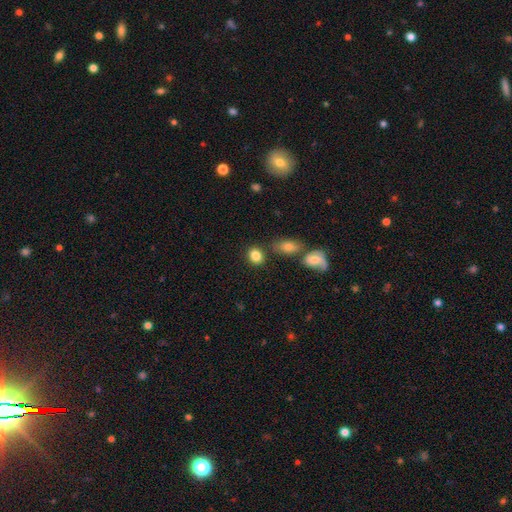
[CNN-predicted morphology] smooth 85%, star or artifact 9%, featured or disk 6%. Down the decision tree: how rounded — round (59%); merging — none (77%).